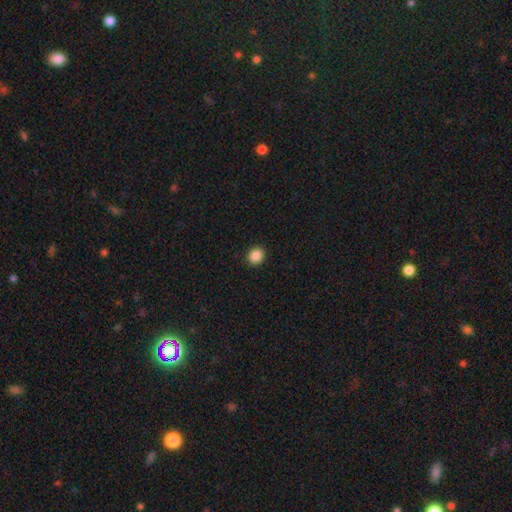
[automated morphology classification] A smooth galaxy with no disk features (88%) that is round (82%).

Vote fractions:
- Smooth or featured? smooth: 88% / star or artifact: 10% / featured or disk: 3%
- How rounded? round: 82% / in between: 17% / cigar-shaped: 1%
- Merging? none: 92% / minor disturbance: 5% / major disturbance: 2% / merger: 1%